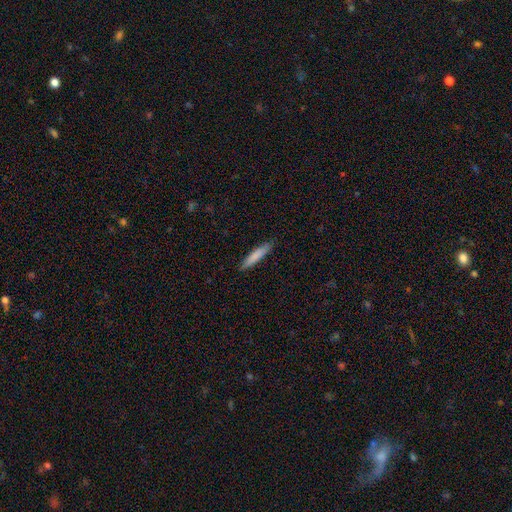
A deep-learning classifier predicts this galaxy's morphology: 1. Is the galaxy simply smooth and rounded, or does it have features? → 81% smooth, 13% featured or disk, 5% star or artifact.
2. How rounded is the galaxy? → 89% cigar-shaped, 9% in between, 1% round.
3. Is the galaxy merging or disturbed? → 89% none, 8% minor disturbance, 2% major disturbance, 1% merger.